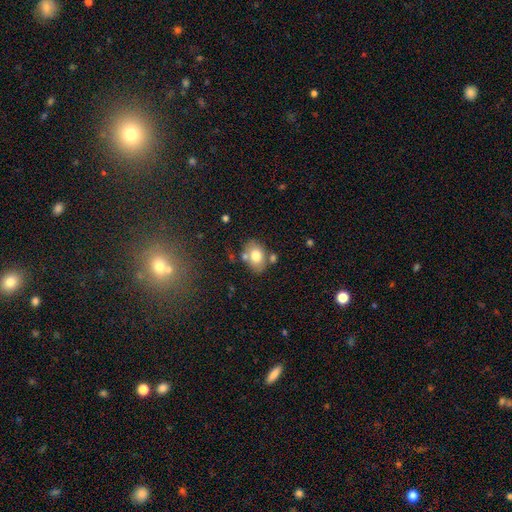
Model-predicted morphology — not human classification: A smooth galaxy with no disk features (74%) that is in between round and cigar-shaped (76%).

Vote fractions:
- Smooth or featured? smooth: 74% / featured or disk: 18% / star or artifact: 9%
- How rounded? in between: 76% / round: 23% / cigar-shaped: 1%
- Merging? none: 66% / minor disturbance: 15% / merger: 15% / major disturbance: 4%